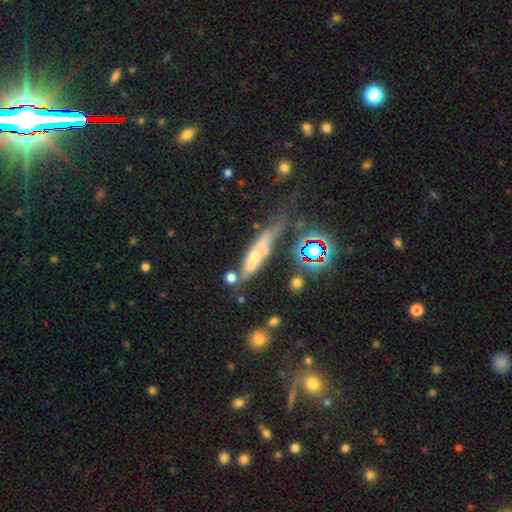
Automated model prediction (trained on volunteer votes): smooth-or-featured: smooth: 48% | featured or disk: 37% | star or artifact: 15%
  merging: none: 36% | minor disturbance: 25% | merger: 20% | major disturbance: 19%